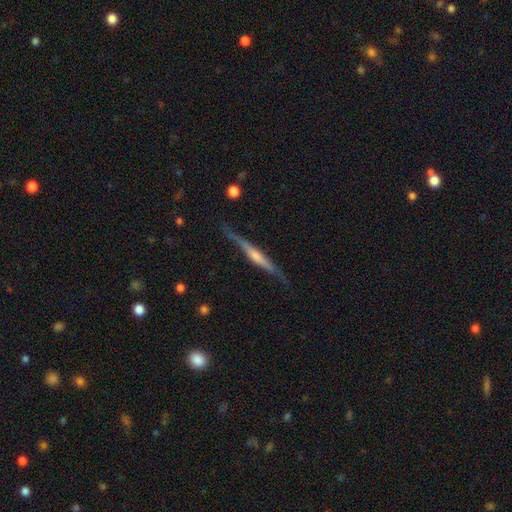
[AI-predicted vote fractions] smooth_or_featured: featured or disk (p=0.81) [alt: smooth p=0.13]
disk_edge_on: yes (p=0.98) [alt: no p=0.02]
edge_on_bulge: rounded (p=0.71) [alt: none p=0.15]
merging: none (p=0.86) [alt: minor disturbance p=0.11]